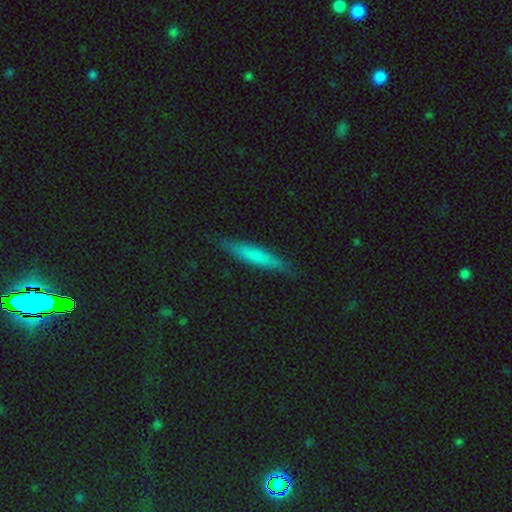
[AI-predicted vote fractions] A smooth galaxy with no disk features (68%) that is cigar-shaped (91%).

Vote fractions:
- Smooth or featured? smooth: 68% / featured or disk: 25% / star or artifact: 7%
- How rounded? cigar-shaped: 91% / in between: 7% / round: 2%
- Merging? none: 86% / minor disturbance: 10% / major disturbance: 2% / merger: 1%